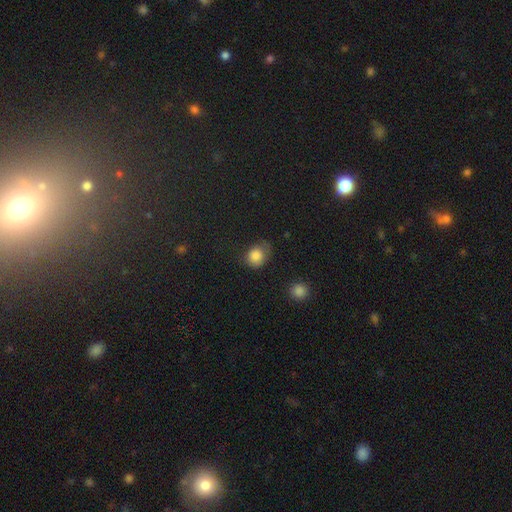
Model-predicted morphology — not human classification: Q: Smooth or featured?
A: smooth (84%); runner-up: star or artifact (10%)
Q: How rounded?
A: round (67%); runner-up: in between (32%)
Q: Merging?
A: none (50%); runner-up: minor disturbance (34%)